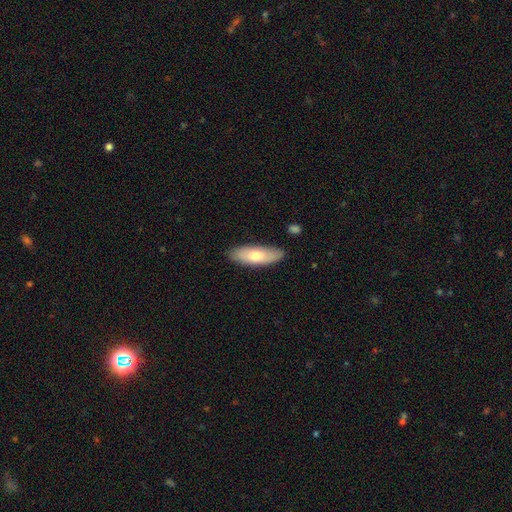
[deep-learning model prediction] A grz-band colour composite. It shows a smooth galaxy with no disk features (69%) that is in between round and cigar-shaped (62%). Merging: none (84%).